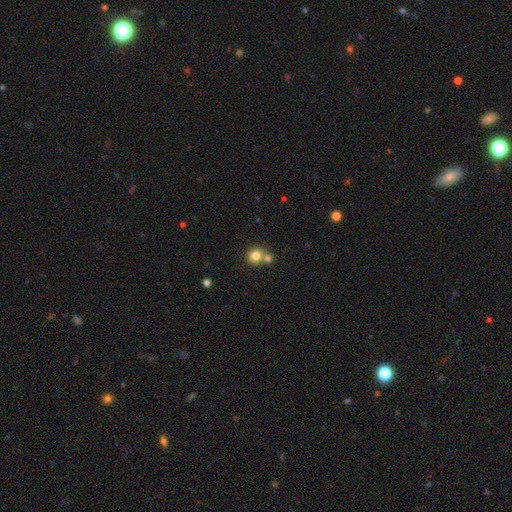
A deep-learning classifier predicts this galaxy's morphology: Smooth or featured: smooth — 81% (star or artifact — 11%)
How rounded: round — 87% (in between — 12%)
Merging: none — 56% (merger — 34%)